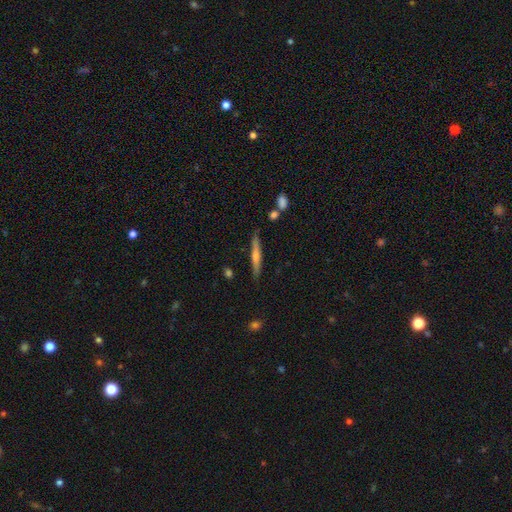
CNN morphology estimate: Overall: featured or disk (54%; smooth 39%). Edge-on disk: yes (96%). Edge-on bulge: rounded (71%). Merging: none (85%).